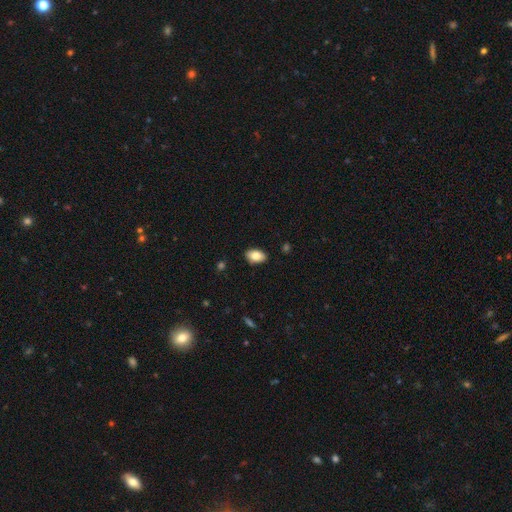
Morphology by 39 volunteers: Overall: smooth (74%). How rounded: in between (93%). Merging: none (86%).